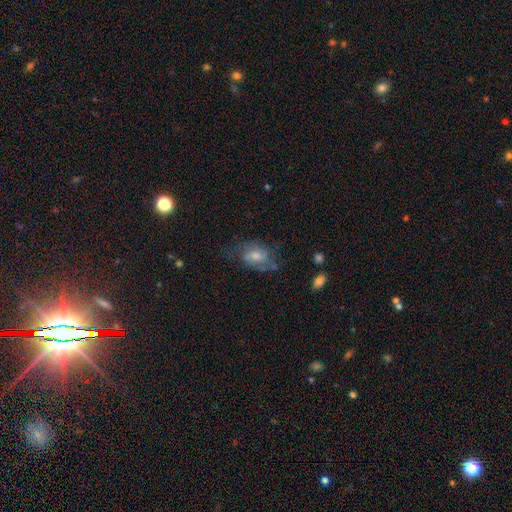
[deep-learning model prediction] A featured or disk galaxy (55%) with no bar (59%), spiral arms (77%) and a moderate central bulge (54%).

Vote fractions:
- Smooth or featured? featured or disk: 55% / smooth: 32% / star or artifact: 13%
- Edge-on disk? no: 95% / yes: 5%
- Bar? no: 59% / weak: 35% / strong: 7%
- Spiral arms? yes: 77% / no: 23%
- Bulge size? moderate: 54% / small: 32% / large: 8% / none: 4% / dominant: 1%
- Merging? none: 55% / minor disturbance: 24% / major disturbance: 18% / merger: 2%